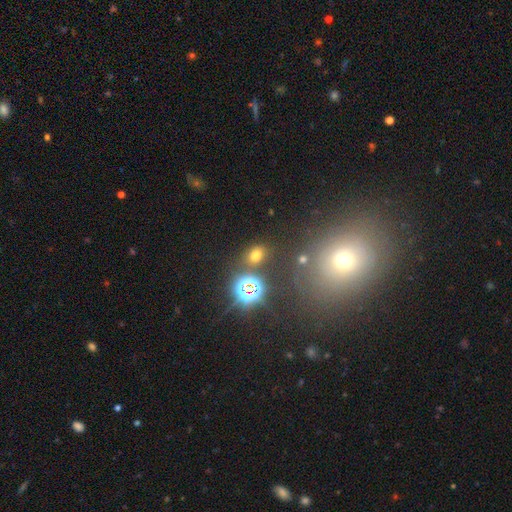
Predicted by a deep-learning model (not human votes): A smooth galaxy with no disk features (59%) that is in between round and cigar-shaped (59%). Merging: none (81%).